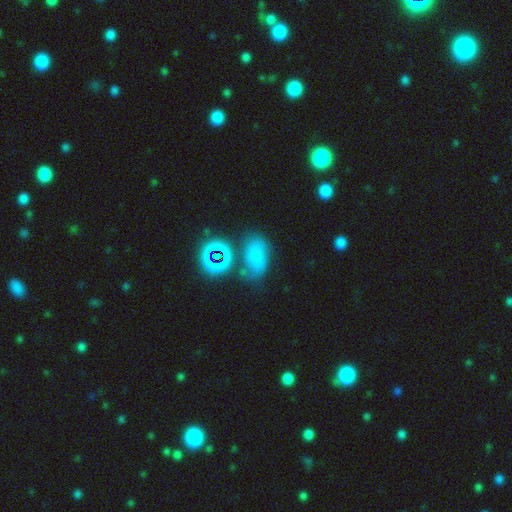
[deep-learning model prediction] The model was most divided on "merging": none: 54%, minor disturbance: 23%, merger: 13%, major disturbance: 10%. More confident: how rounded — in between (82%); smooth or featured — smooth (59%).